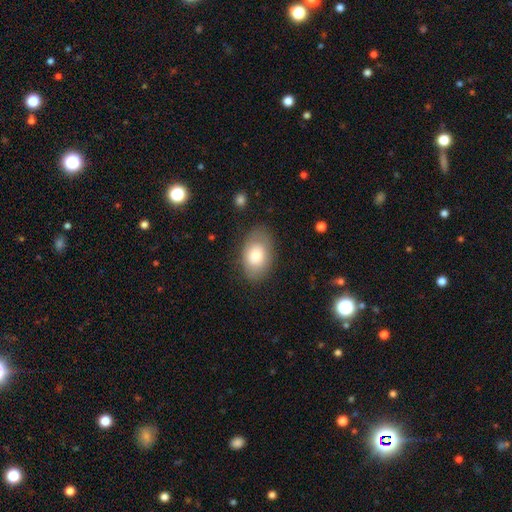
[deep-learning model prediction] Overall: smooth (74%). How rounded: in between (89%). Merging: none (78%).